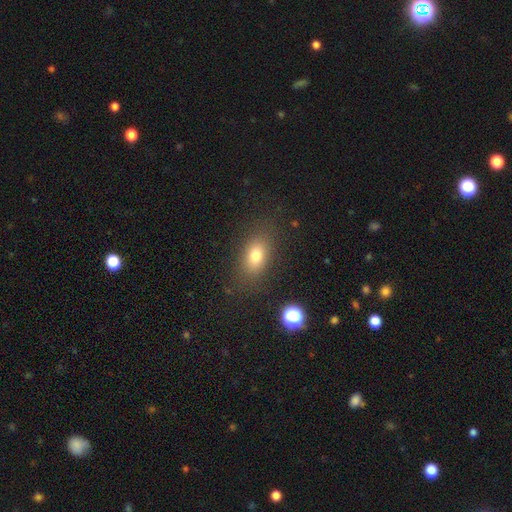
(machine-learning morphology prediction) The model was most divided on "how rounded": in between: 79%, round: 18%, cigar-shaped: 3%. More confident: merging — none (82%); smooth or featured — smooth (76%).